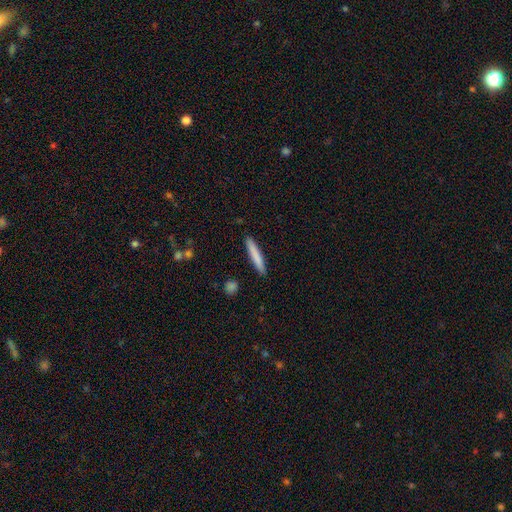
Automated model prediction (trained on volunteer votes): smooth 80%, featured or disk 15%, star or artifact 6%. Down the decision tree: how rounded — cigar-shaped (94%); merging — none (91%).